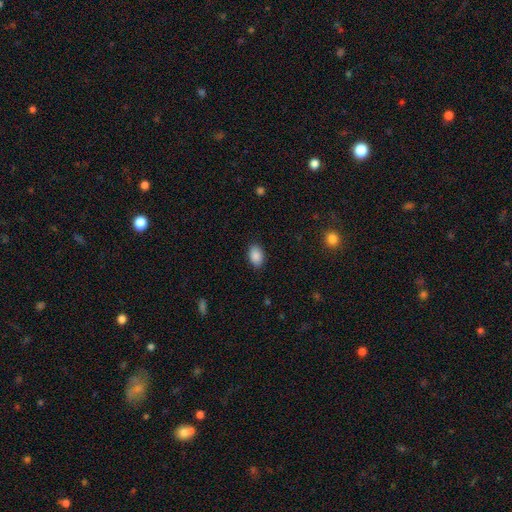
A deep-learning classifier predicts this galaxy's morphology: smooth-or-featured: smooth: 89% | star or artifact: 8% | featured or disk: 4%
  how-rounded: in between: 89% | round: 10% | cigar-shaped: 1%
  merging: none: 88% | minor disturbance: 9% | major disturbance: 2% | merger: 1%